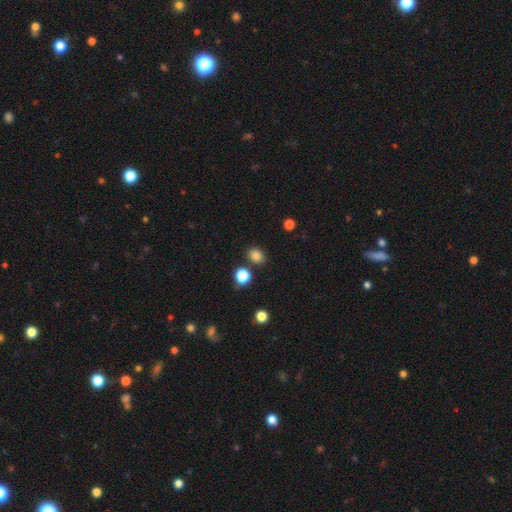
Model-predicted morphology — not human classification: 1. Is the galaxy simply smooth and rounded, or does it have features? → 82% smooth, 13% star or artifact, 5% featured or disk.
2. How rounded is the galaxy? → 55% round, 44% in between, 1% cigar-shaped.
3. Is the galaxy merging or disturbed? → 83% none, 8% minor disturbance, 6% merger, 3% major disturbance.